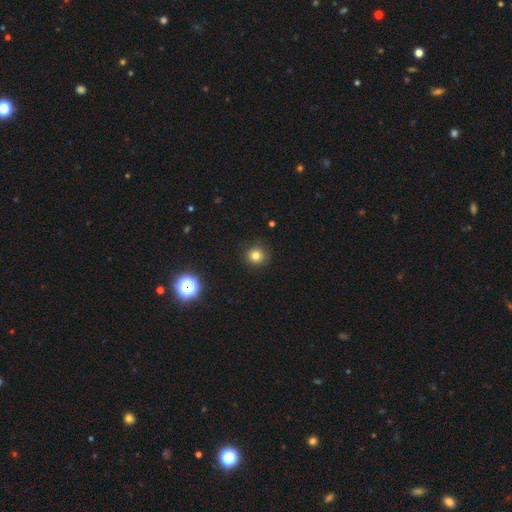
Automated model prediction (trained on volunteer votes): The model was most divided on "smooth or featured": smooth: 80%, star or artifact: 14%, featured or disk: 6%. More confident: how rounded — round (94%); merging — none (89%).